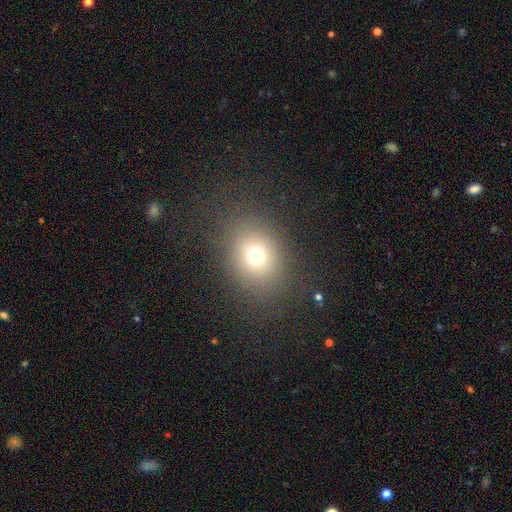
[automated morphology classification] Q: Smooth or featured?
A: smooth (70%); runner-up: star or artifact (18%)
Q: How rounded?
A: round (57%); runner-up: in between (42%)
Q: Merging?
A: none (81%); runner-up: minor disturbance (10%)